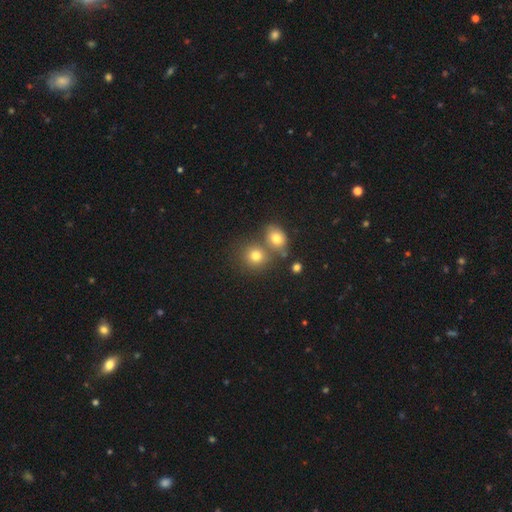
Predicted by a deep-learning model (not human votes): Q: Smooth or featured?
A: smooth (77%); runner-up: star or artifact (13%)
Q: How rounded?
A: round (81%); runner-up: in between (18%)
Q: Merging?
A: none (55%); runner-up: merger (33%)